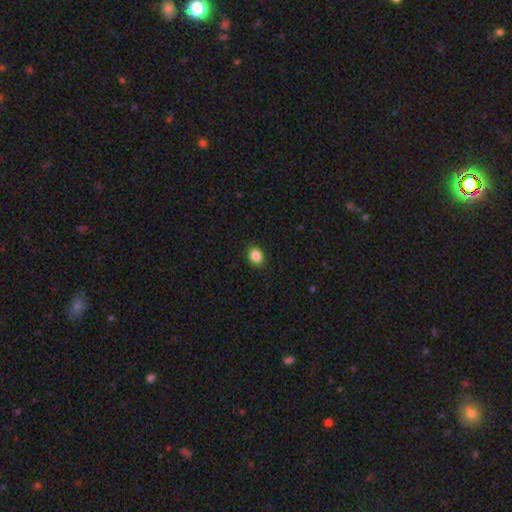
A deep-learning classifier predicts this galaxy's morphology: Smooth or featured?
  - smooth: 87% *
  - star or artifact: 10%
  - featured or disk: 4%
How rounded?
  - round: 53% *
  - in between: 46%
  - cigar-shaped: 1%
Merging?
  - none: 89% *
  - minor disturbance: 8%
  - major disturbance: 2%
  - merger: 1%